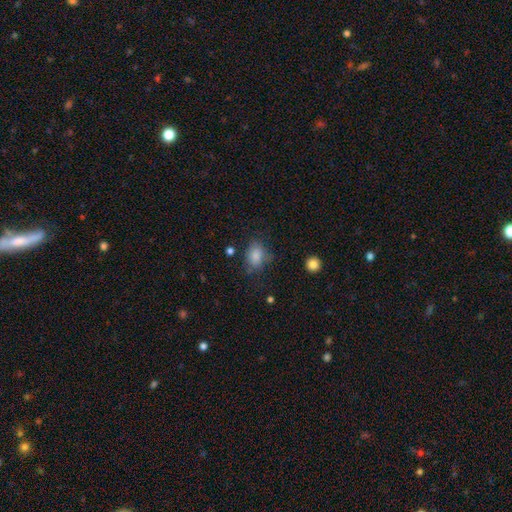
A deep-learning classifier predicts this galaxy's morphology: Q: Smooth or featured?
A: smooth (82%); runner-up: star or artifact (10%)
Q: How rounded?
A: in between (67%); runner-up: round (32%)
Q: Merging?
A: none (65%); runner-up: minor disturbance (22%)